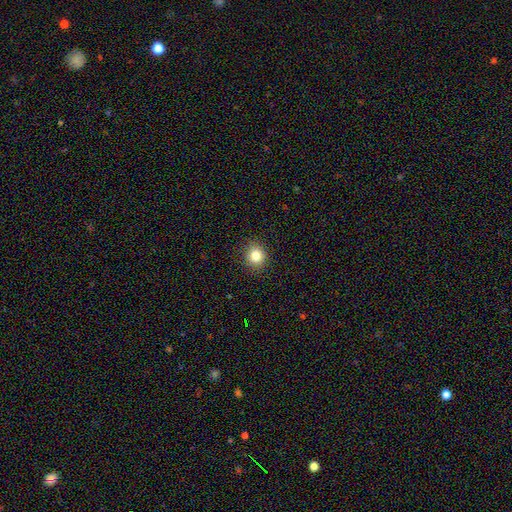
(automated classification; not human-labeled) smooth 83%, star or artifact 12%, featured or disk 6%. Down the decision tree: how rounded — round (82%); merging — none (90%).